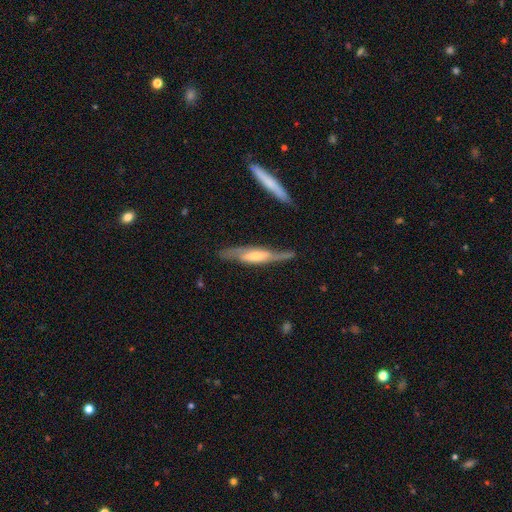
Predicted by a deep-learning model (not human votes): Smooth or featured: featured or disk — 74% (smooth — 21%)
Edge-on disk: yes — 60% (no — 40%)
Merging: none — 73% (minor disturbance — 19%)